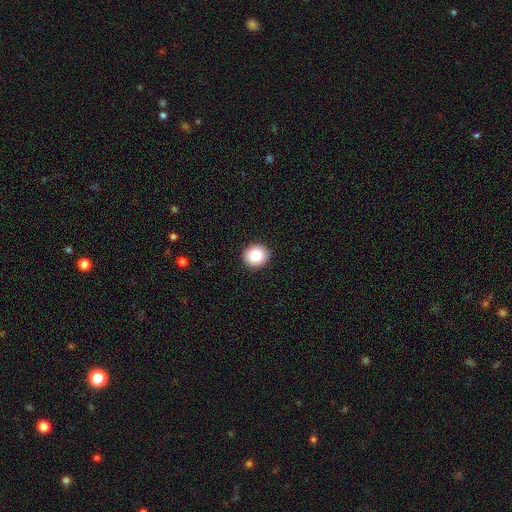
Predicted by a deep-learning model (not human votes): The model was most divided on "how rounded": round: 80%, in between: 19%, cigar-shaped: 1%. More confident: merging — none (92%); smooth or featured — smooth (84%).